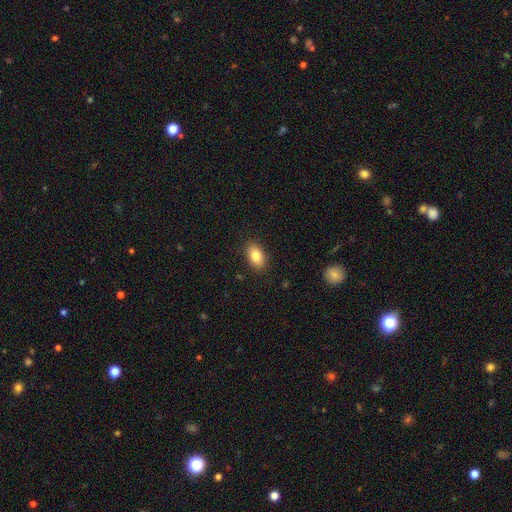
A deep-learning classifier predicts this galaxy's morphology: Overall: smooth (83%). How rounded: in between (89%). Merging: none (87%).